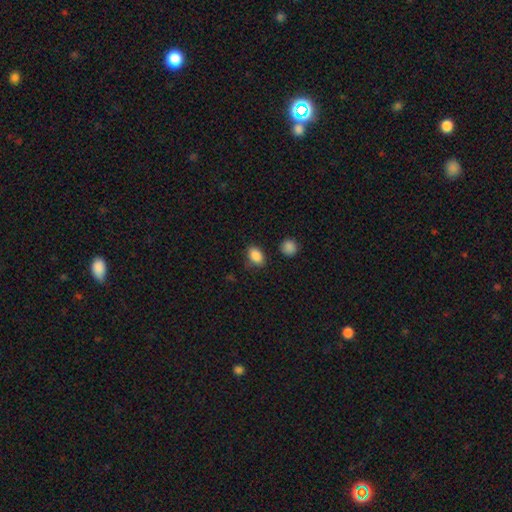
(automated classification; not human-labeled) Smooth or featured?
  - smooth: 88% *
  - star or artifact: 9%
  - featured or disk: 4%
How rounded?
  - in between: 80% *
  - round: 18%
  - cigar-shaped: 1%
Merging?
  - none: 79% *
  - minor disturbance: 15%
  - major disturbance: 4%
  - merger: 3%